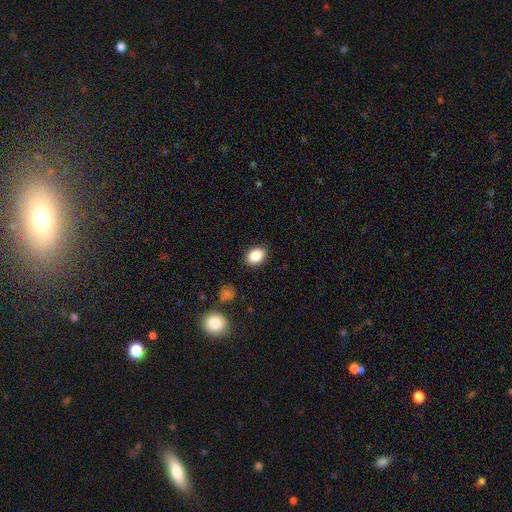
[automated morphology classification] smooth 86%, star or artifact 9%, featured or disk 5%. Down the decision tree: how rounded — in between (68%); merging — none (88%).